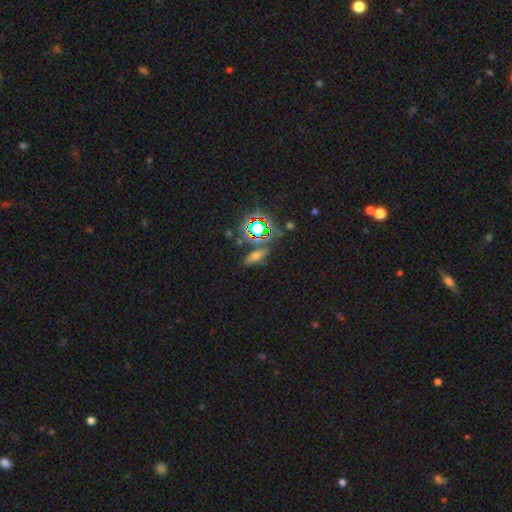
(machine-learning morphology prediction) Smooth or featured: smooth — 43% (star or artifact — 39%)
Merging: none — 74% (minor disturbance — 13%)